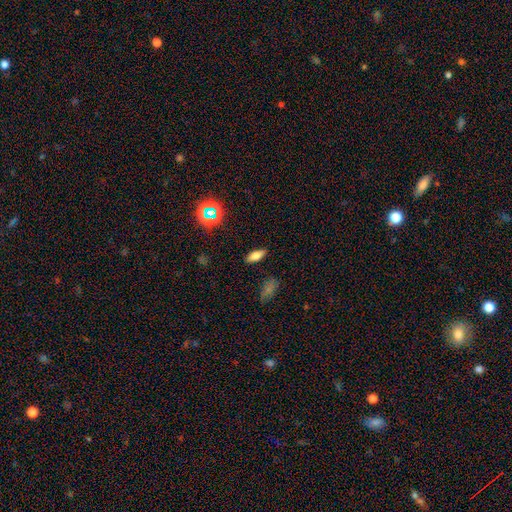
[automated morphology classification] type=smooth (64%); roundness=in between (69%); merging=none (88%).